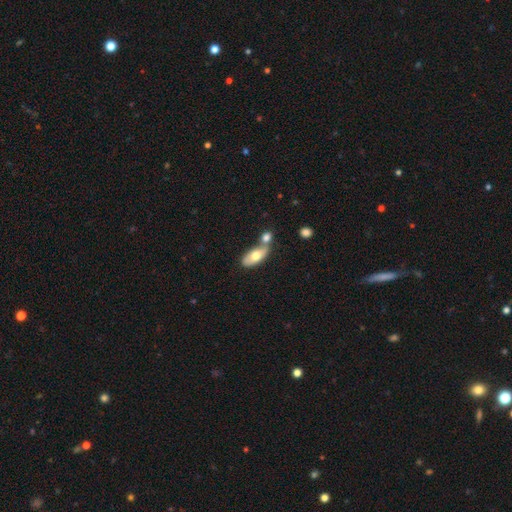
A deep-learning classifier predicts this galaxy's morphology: Smooth or featured?
  - smooth: 69% *
  - featured or disk: 24%
  - star or artifact: 6%
How rounded?
  - in between: 83% *
  - cigar-shaped: 13%
  - round: 4%
Merging?
  - merger: 49% *
  - none: 34%
  - minor disturbance: 12%
  - major disturbance: 5%